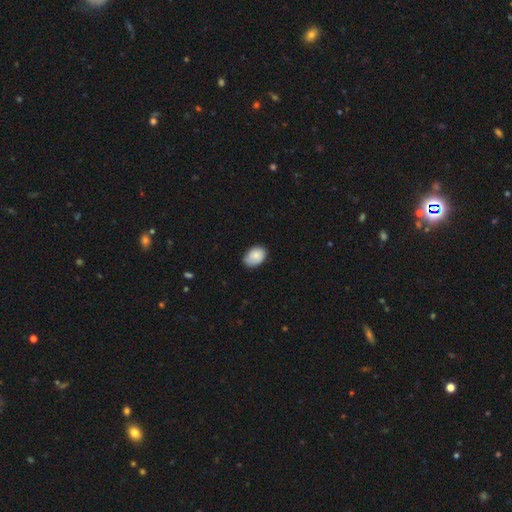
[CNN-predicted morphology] A smooth galaxy with no disk features (80%) that is in between round and cigar-shaped (83%).

Vote fractions:
- Smooth or featured? smooth: 80% / featured or disk: 13% / star or artifact: 7%
- How rounded? in between: 83% / round: 15% / cigar-shaped: 1%
- Merging? none: 61% / minor disturbance: 32% / major disturbance: 5% / merger: 2%